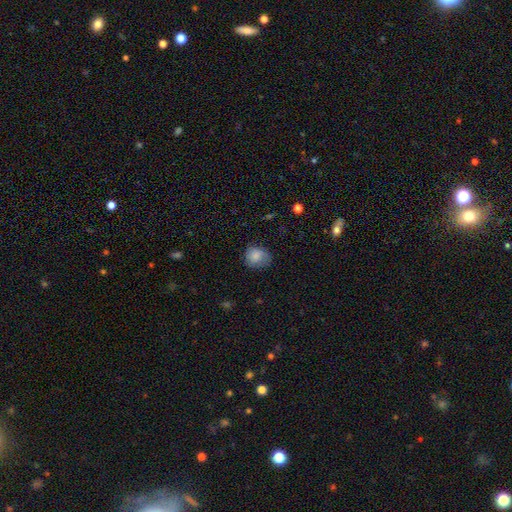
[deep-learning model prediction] A smooth galaxy with no disk features (82%) that is round (68%).

Vote fractions:
- Smooth or featured? smooth: 82% / featured or disk: 10% / star or artifact: 8%
- How rounded? round: 68% / in between: 31% / cigar-shaped: 1%
- Merging? none: 62% / minor disturbance: 28% / major disturbance: 9% / merger: 1%